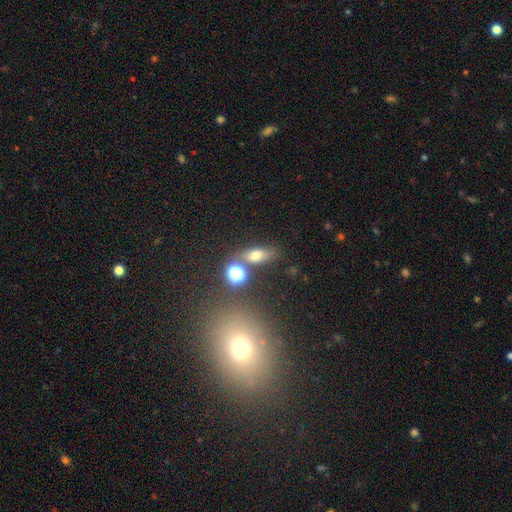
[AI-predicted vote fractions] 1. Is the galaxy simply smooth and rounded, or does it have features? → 64% smooth, 20% star or artifact, 16% featured or disk.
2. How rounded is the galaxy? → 63% in between, 21% round, 16% cigar-shaped.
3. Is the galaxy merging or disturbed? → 69% none, 13% merger, 13% minor disturbance, 6% major disturbance.